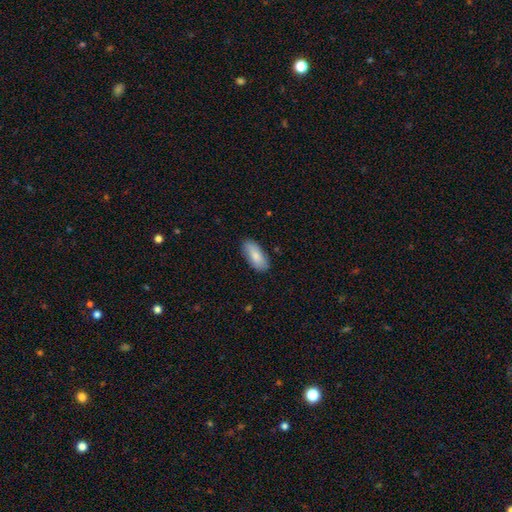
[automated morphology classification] Smooth or featured? Predicted: smooth (p=0.82). How rounded? Predicted: in between (p=0.86). Merging? Predicted: none (p=0.83).